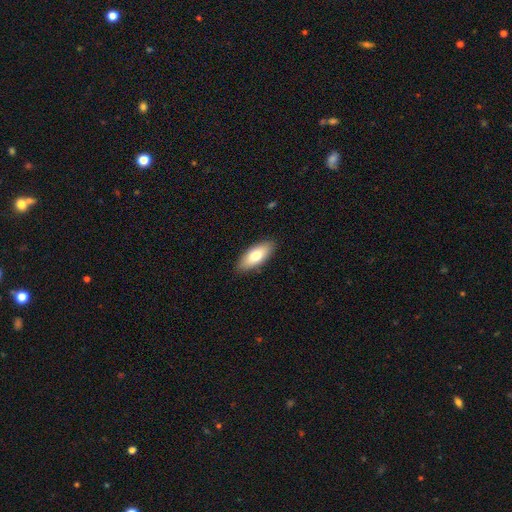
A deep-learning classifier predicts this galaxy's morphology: This appears to be a smooth galaxy with no disk features (76%) that is in between round and cigar-shaped (80%). Merging: none (88%).